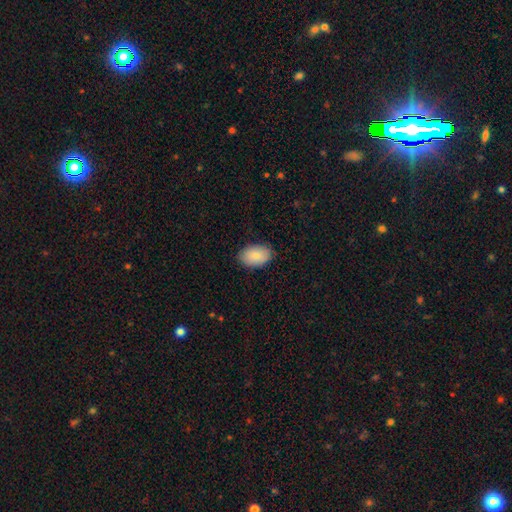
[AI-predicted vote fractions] This is clearly a smooth galaxy (87%). How rounded: clearly in between (92%). Merging: clearly none (86%).